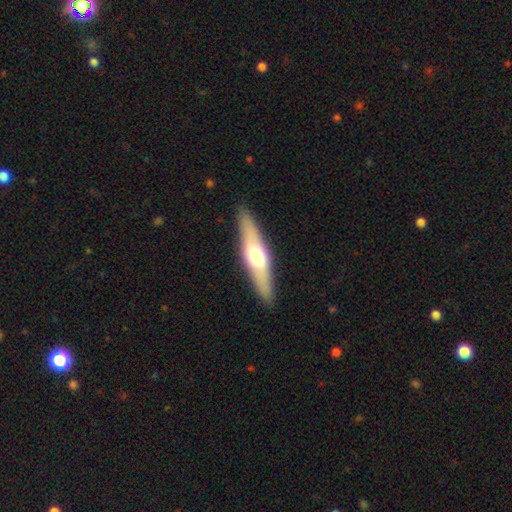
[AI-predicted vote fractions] Smooth or featured?
  - featured or disk: 52% *
  - smooth: 43%
  - star or artifact: 5%
Edge-on disk?
  - yes: 84% *
  - no: 16%
Merging?
  - none: 89% *
  - minor disturbance: 8%
  - major disturbance: 2%
  - merger: 1%